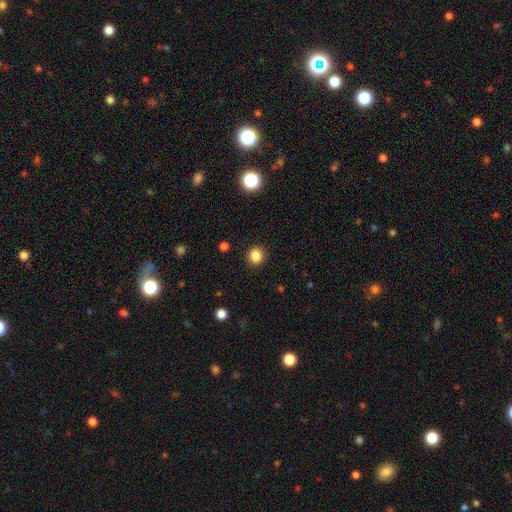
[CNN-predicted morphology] Smooth or featured: smooth — 85% (star or artifact — 12%)
How rounded: round — 90% (in between — 9%)
Merging: none — 91% (minor disturbance — 5%)